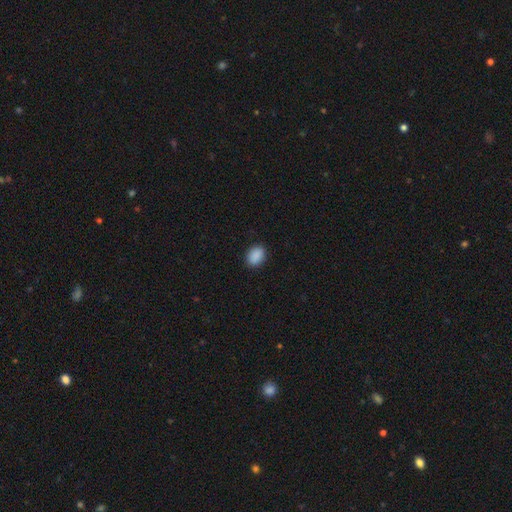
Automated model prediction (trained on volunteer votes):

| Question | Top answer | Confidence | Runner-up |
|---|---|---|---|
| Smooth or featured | smooth | 90% | star or artifact (8%) |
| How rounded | in between | 72% | round (27%) |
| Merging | none | 89% | minor disturbance (8%) |